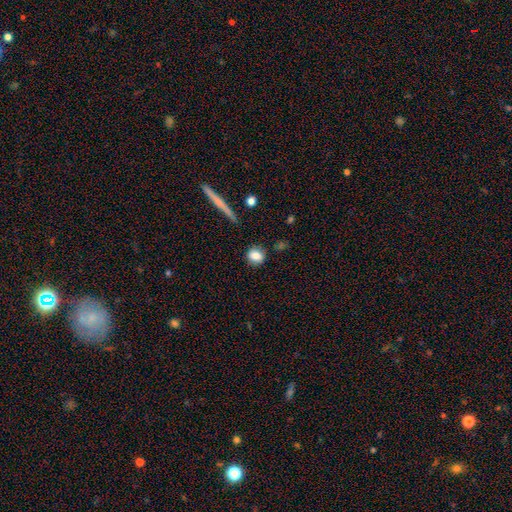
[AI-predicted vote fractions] A smooth galaxy with no disk features (81%) that is round (71%). Merging: none (83%).